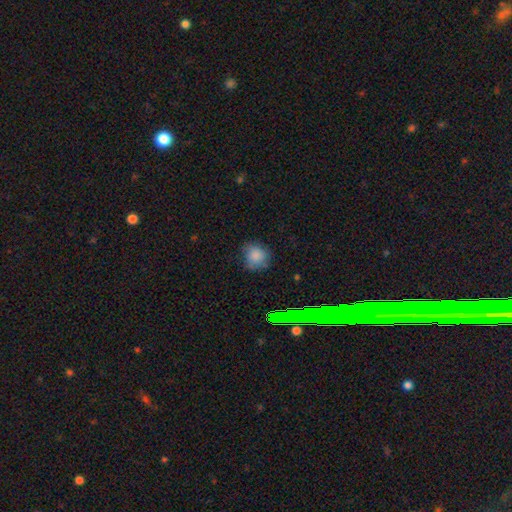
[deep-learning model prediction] Q: Smooth or featured?
A: smooth (81%); runner-up: star or artifact (11%)
Q: How rounded?
A: round (83%); runner-up: in between (15%)
Q: Merging?
A: none (70%); runner-up: minor disturbance (22%)